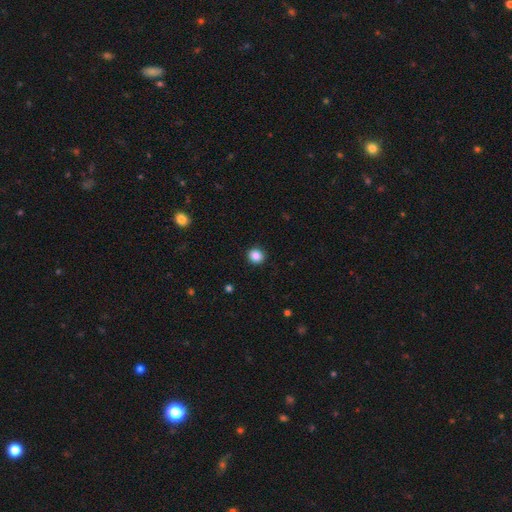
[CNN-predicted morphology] Q: Smooth or featured?
A: smooth (86%); runner-up: star or artifact (10%)
Q: How rounded?
A: round (88%); runner-up: in between (11%)
Q: Merging?
A: none (92%); runner-up: minor disturbance (6%)